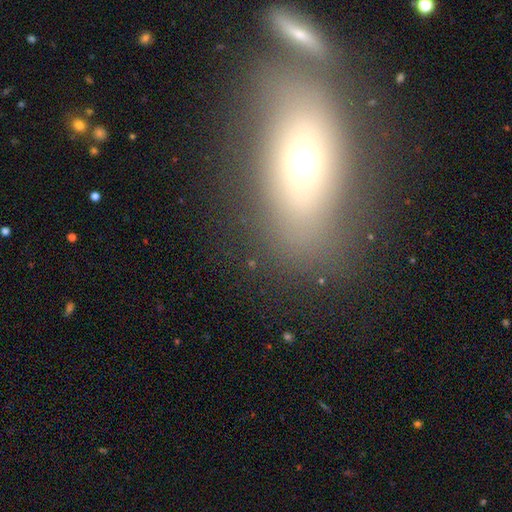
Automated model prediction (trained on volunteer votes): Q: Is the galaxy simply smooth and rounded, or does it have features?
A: smooth — 57%.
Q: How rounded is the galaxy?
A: in between — 73%.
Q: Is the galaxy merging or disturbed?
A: none — 64%.